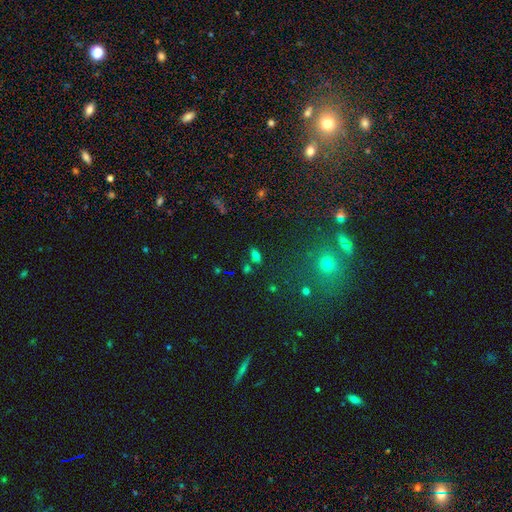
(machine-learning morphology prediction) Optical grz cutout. It shows a smooth galaxy with no disk features (72%) that is in between round and cigar-shaped (86%). Merging: none (73%).